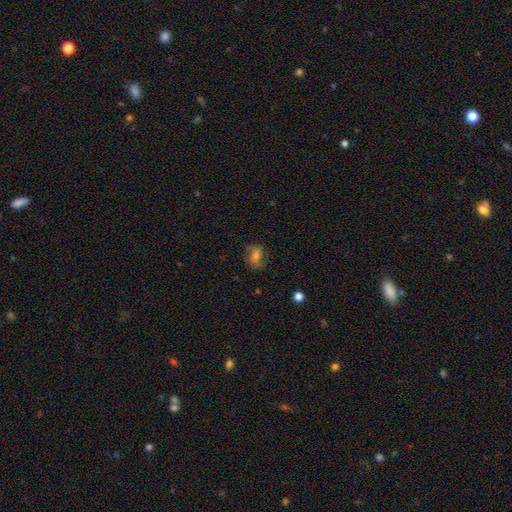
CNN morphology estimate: smooth-or-featured: smooth: 50% | featured or disk: 37% | star or artifact: 13%
  merging: none: 74% | minor disturbance: 18% | major disturbance: 7% | merger: 1%